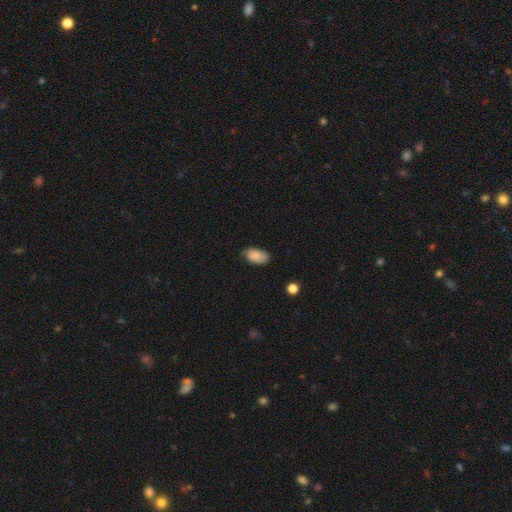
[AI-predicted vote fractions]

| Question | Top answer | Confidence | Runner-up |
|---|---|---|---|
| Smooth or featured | smooth | 81% | featured or disk (12%) |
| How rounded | in between | 93% | round (4%) |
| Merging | none | 69% | minor disturbance (25%) |